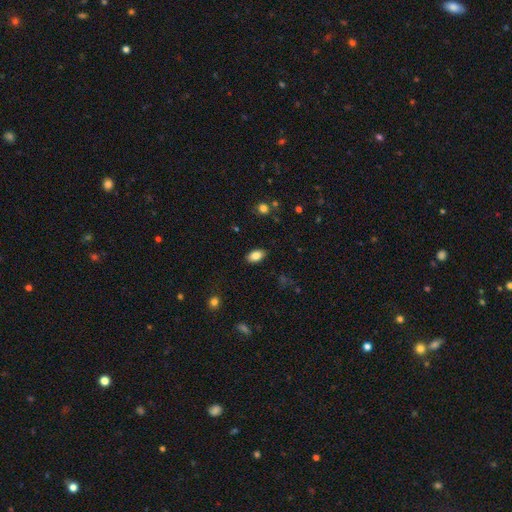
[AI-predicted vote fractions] smooth-or-featured: smooth: 85% | star or artifact: 8% | featured or disk: 7%
  how-rounded: in between: 90% | round: 8% | cigar-shaped: 2%
  merging: none: 87% | minor disturbance: 9% | major disturbance: 2% | merger: 1%